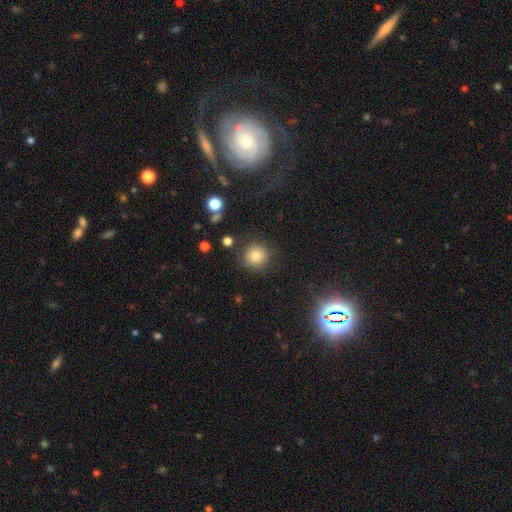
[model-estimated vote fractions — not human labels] Smooth or featured? smooth (80%)
How rounded? round (92%)
Merging? none (82%)